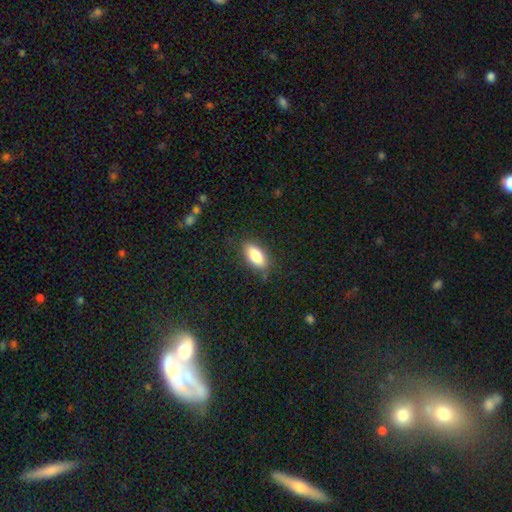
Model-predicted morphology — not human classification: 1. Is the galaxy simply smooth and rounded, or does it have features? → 84% smooth, 9% featured or disk, 7% star or artifact.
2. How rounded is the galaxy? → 88% in between, 9% cigar-shaped, 3% round.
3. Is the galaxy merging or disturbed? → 82% none, 13% minor disturbance, 4% major disturbance, 1% merger.